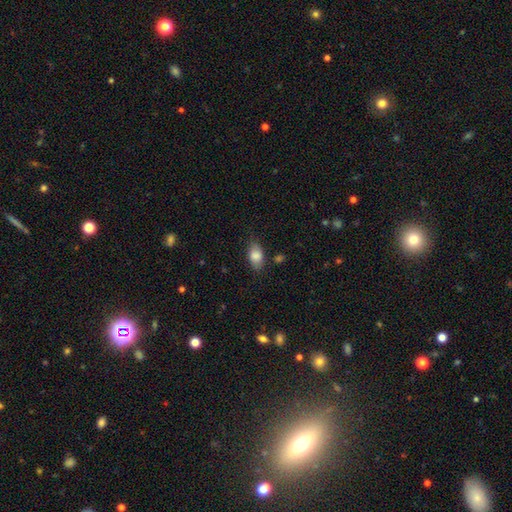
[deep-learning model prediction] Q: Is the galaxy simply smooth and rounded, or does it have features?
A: smooth — 83%.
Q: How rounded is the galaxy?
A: in between — 88%.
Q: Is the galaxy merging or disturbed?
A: none — 76%.